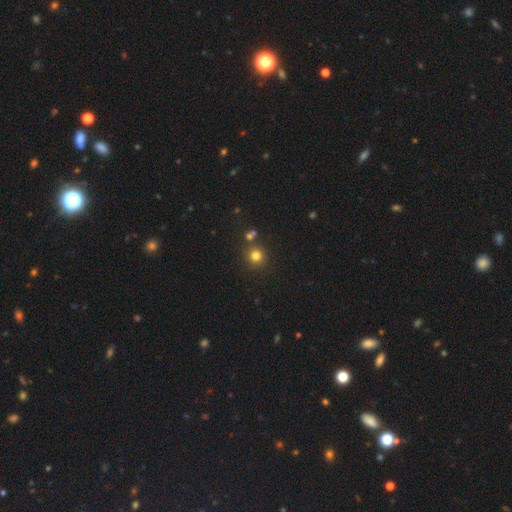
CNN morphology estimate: The model was most divided on "smooth or featured": smooth: 78%, star or artifact: 16%, featured or disk: 6%. More confident: how rounded — round (92%); merging — none (80%).